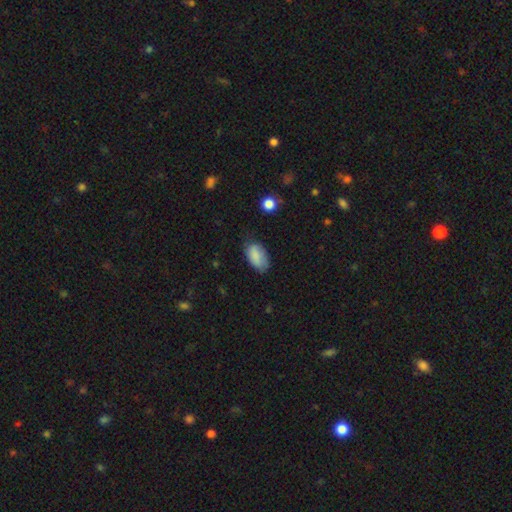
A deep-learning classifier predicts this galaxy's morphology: smooth-or-featured: smooth: 85% | featured or disk: 8% | star or artifact: 7%
  how-rounded: in between: 94% | round: 4% | cigar-shaped: 2%
  merging: none: 66% | minor disturbance: 26% | major disturbance: 6% | merger: 2%